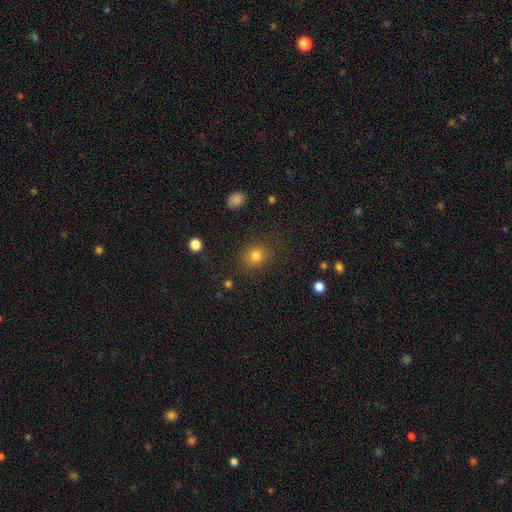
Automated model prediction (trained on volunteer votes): Morphology: type=smooth (80%); roundness=round (71%); merging=none (84%).